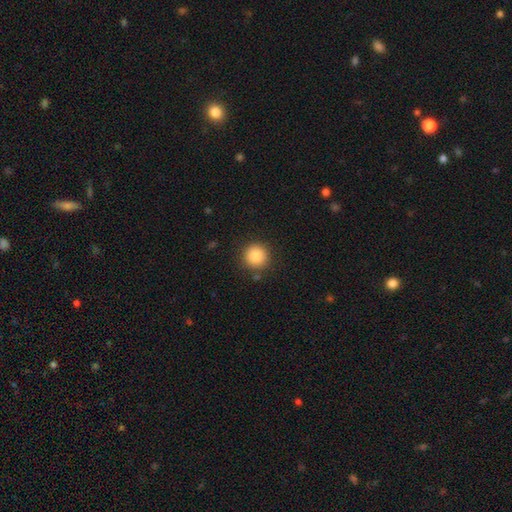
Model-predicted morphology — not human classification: A smooth galaxy with no disk features (85%) that is round (95%).

Vote fractions:
- Smooth or featured? smooth: 85% / star or artifact: 10% / featured or disk: 5%
- How rounded? round: 95% / in between: 4% / cigar-shaped: 1%
- Merging? none: 88% / minor disturbance: 7% / major disturbance: 2% / merger: 2%